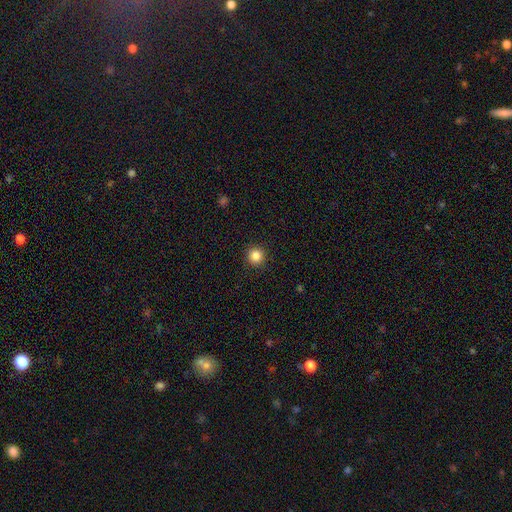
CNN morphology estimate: The model was most divided on "smooth or featured": smooth: 85%, star or artifact: 11%, featured or disk: 4%. More confident: how rounded — round (95%); merging — none (92%).